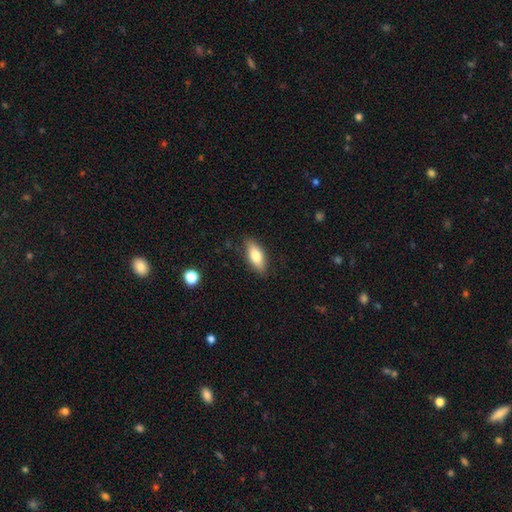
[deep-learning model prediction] A smooth galaxy with no disk features (75%) that is in between round and cigar-shaped (76%).

Vote fractions:
- Smooth or featured? smooth: 75% / featured or disk: 18% / star or artifact: 7%
- How rounded? in between: 76% / cigar-shaped: 21% / round: 3%
- Merging? none: 85% / minor disturbance: 11% / major disturbance: 2% / merger: 1%